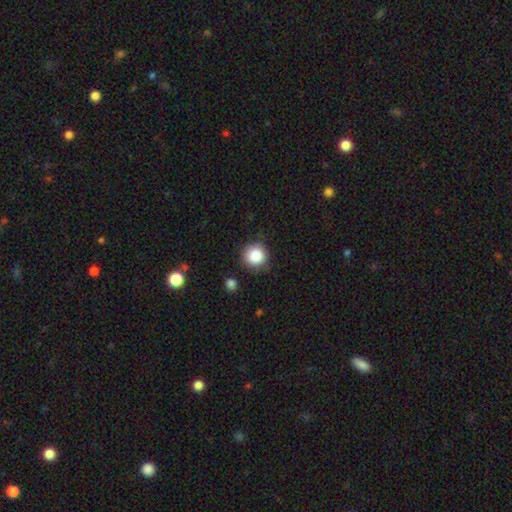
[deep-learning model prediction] Smooth or featured? Predicted: smooth (p=0.85). How rounded? Predicted: round (p=0.92). Merging? Predicted: none (p=0.84).